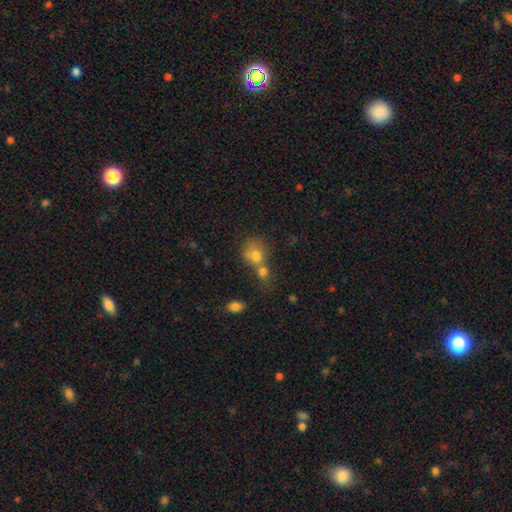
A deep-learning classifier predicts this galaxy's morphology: Smooth or featured: smooth — 74% (featured or disk — 14%)
How rounded: round — 69% (in between — 30%)
Merging: merger — 59% (none — 25%)